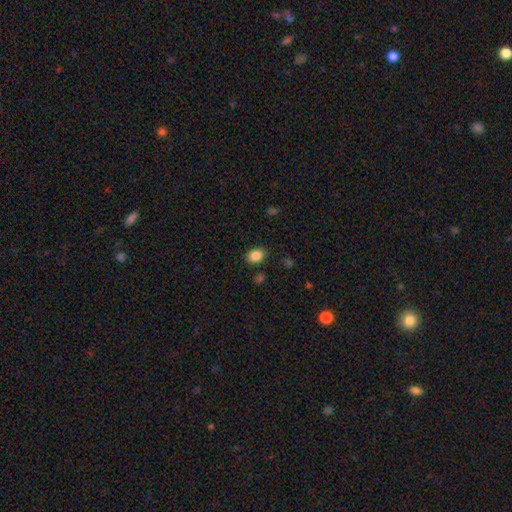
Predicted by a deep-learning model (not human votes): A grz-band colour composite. It shows a smooth galaxy with no disk features (86%) that is in between round and cigar-shaped (62%). Merging: none (85%).